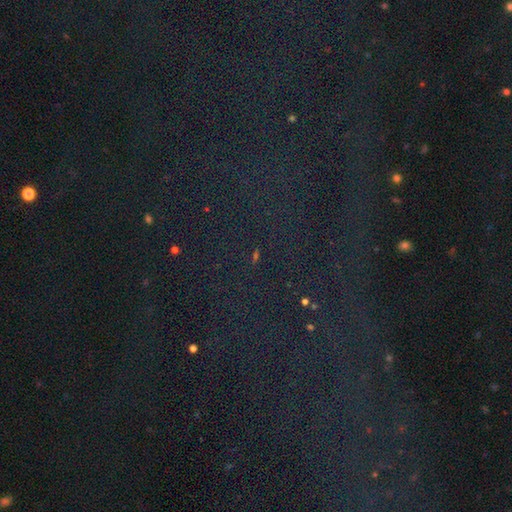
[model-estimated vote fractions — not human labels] star or artifact 84%, smooth 9%, featured or disk 7%.